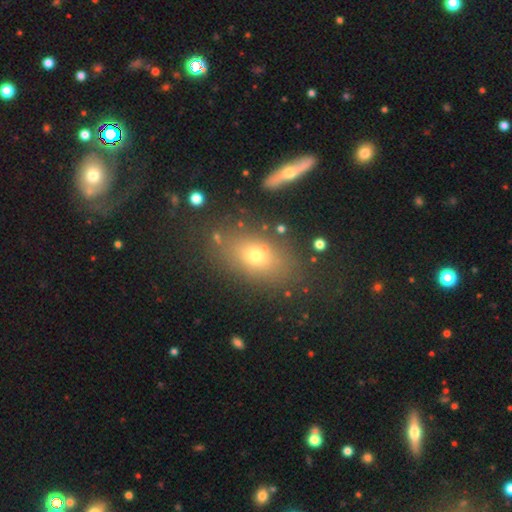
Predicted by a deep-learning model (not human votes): smooth-or-featured: smooth: 64% | featured or disk: 19% | star or artifact: 18%
  how-rounded: in between: 75% | round: 21% | cigar-shaped: 5%
  merging: none: 77% | minor disturbance: 12% | merger: 5% | major disturbance: 5%